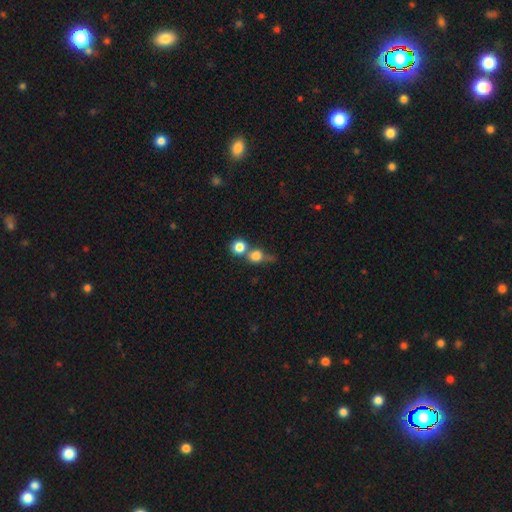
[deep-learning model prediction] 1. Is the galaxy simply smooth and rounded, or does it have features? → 76% smooth, 13% star or artifact, 11% featured or disk.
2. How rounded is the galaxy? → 81% round, 17% in between, 2% cigar-shaped.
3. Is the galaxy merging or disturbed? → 43% merger, 41% none, 9% minor disturbance, 7% major disturbance.